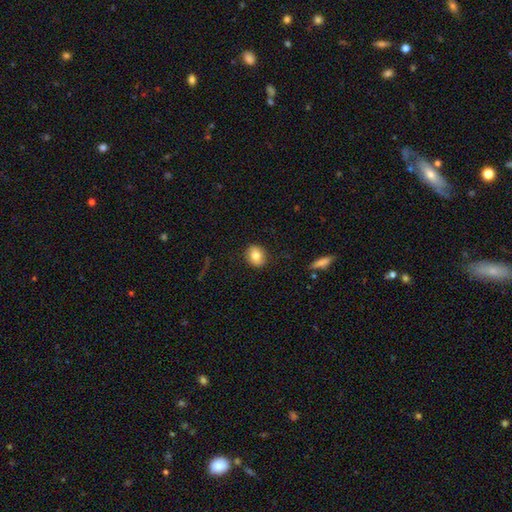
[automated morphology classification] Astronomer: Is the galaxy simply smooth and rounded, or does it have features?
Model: smooth — 78%.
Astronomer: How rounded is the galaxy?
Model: round — 69%.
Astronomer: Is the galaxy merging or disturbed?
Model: none — 86%.